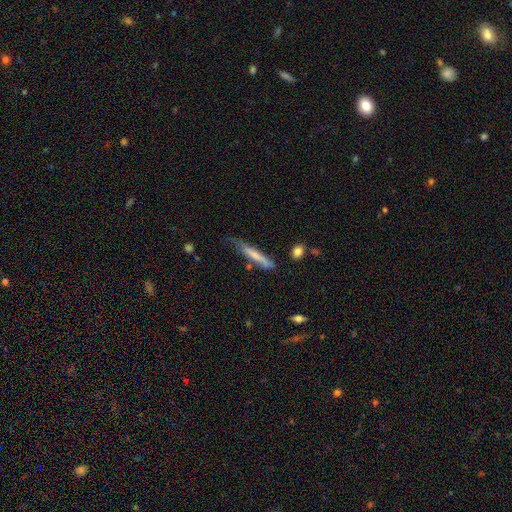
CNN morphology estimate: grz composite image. It shows a smooth galaxy with no disk features (63%) that is cigar-shaped (92%). Merging: none (51%).